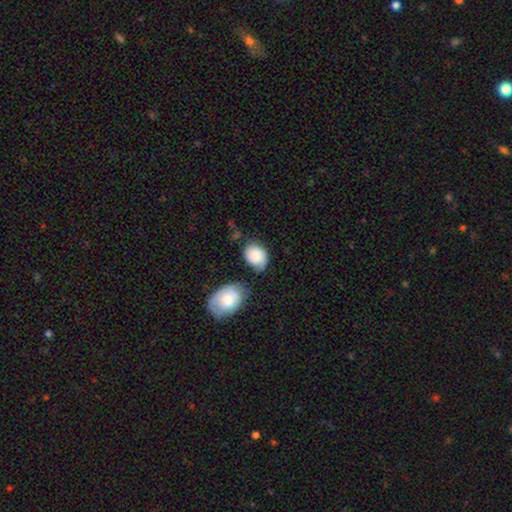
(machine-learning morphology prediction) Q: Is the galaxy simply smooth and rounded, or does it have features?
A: smooth — 79%.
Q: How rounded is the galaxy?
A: in between — 64%.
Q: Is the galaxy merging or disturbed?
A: none — 47%.